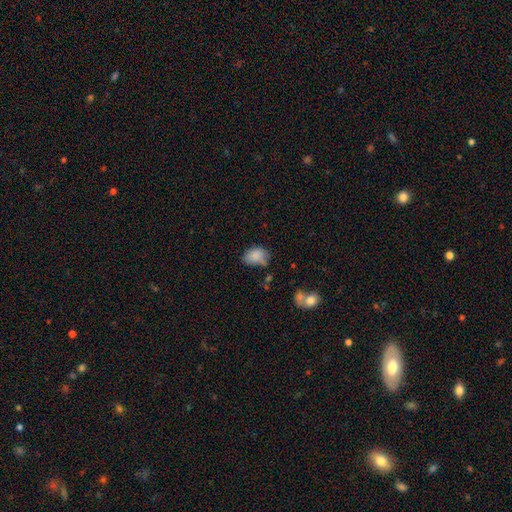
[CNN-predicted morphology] Smooth or featured? Predicted: smooth (p=0.82). How rounded? Predicted: in between (p=0.77). Merging? Predicted: none (p=0.49).